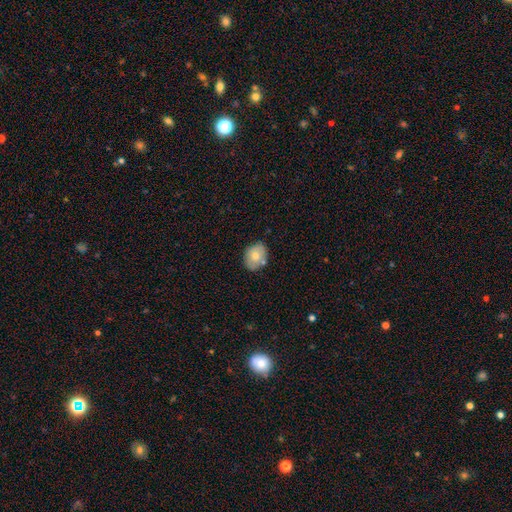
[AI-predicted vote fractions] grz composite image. It shows a smooth galaxy with no disk features (74%) that is in between round and cigar-shaped (64%). Merging: none (75%).